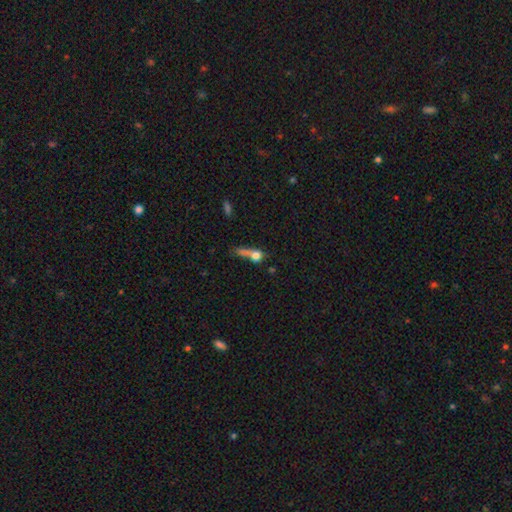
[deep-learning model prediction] A smooth galaxy with no disk features (66%) that is round (52%).

Vote fractions:
- Smooth or featured? smooth: 66% / featured or disk: 21% / star or artifact: 13%
- How rounded? round: 52% / in between: 27% / cigar-shaped: 21%
- Merging? merger: 30% / none: 28% / major disturbance: 28% / minor disturbance: 15%